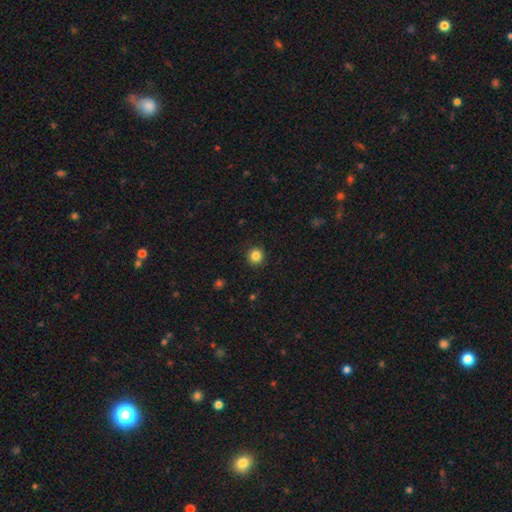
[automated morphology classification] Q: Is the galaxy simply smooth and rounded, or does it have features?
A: smooth — 84%.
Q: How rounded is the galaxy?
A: round — 95%.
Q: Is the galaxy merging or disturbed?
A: none — 93%.